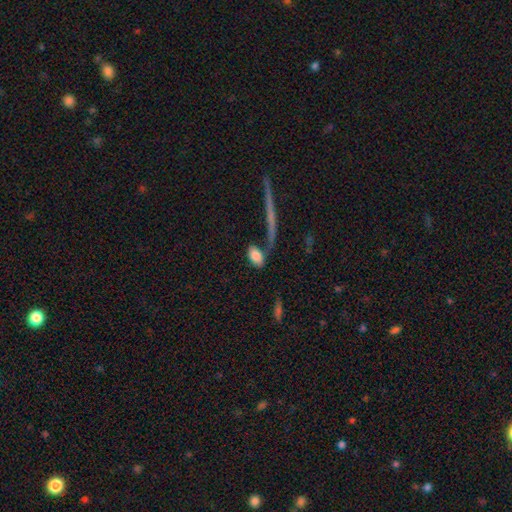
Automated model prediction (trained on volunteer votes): Smooth or featured? smooth (81%)
How rounded? in between (90%)
Merging? none (53%)